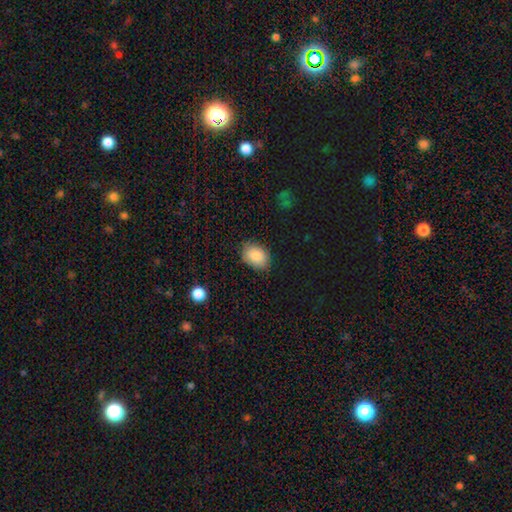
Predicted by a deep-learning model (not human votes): Smooth or featured? smooth (87%)
How rounded? in between (72%)
Merging? none (82%)